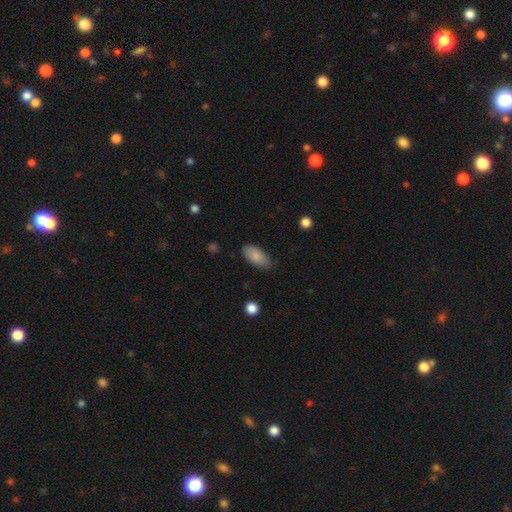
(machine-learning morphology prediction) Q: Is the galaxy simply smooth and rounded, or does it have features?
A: smooth — 87%.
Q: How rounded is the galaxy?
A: in between — 93%.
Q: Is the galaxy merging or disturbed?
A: none — 78%.